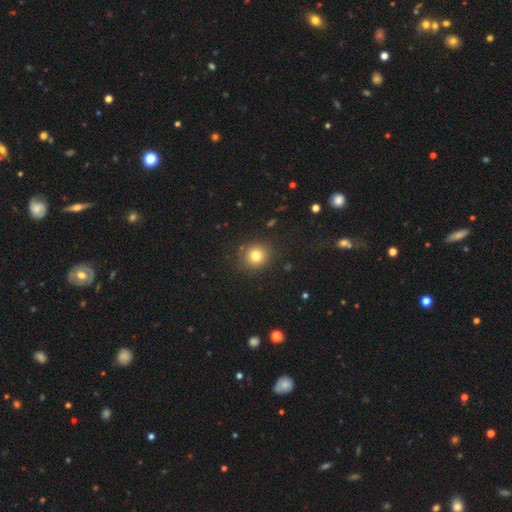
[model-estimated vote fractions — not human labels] Q: Smooth or featured?
A: smooth (79%); runner-up: star or artifact (14%)
Q: How rounded?
A: round (89%); runner-up: in between (10%)
Q: Merging?
A: none (88%); runner-up: minor disturbance (8%)